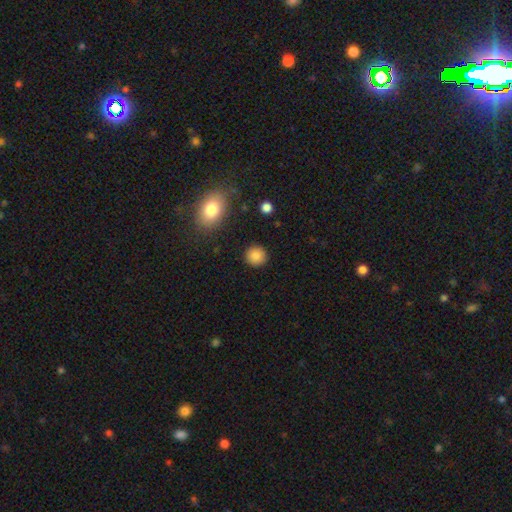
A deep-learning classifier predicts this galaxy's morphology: A smooth galaxy with no disk features (86%) that is round (92%).

Vote fractions:
- Smooth or featured? smooth: 86% / star or artifact: 10% / featured or disk: 5%
- How rounded? round: 92% / in between: 7% / cigar-shaped: 1%
- Merging? none: 90% / minor disturbance: 6% / major disturbance: 2% / merger: 1%